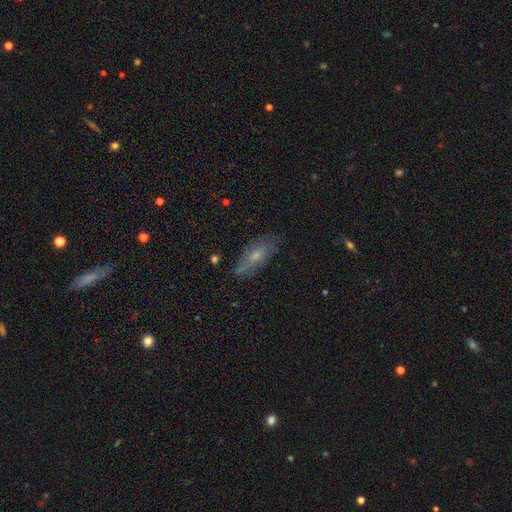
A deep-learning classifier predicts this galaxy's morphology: Smooth or featured: smooth — 55% (featured or disk — 36%)
How rounded: in between — 69% (cigar-shaped — 28%)
Merging: none — 67% (minor disturbance — 23%)